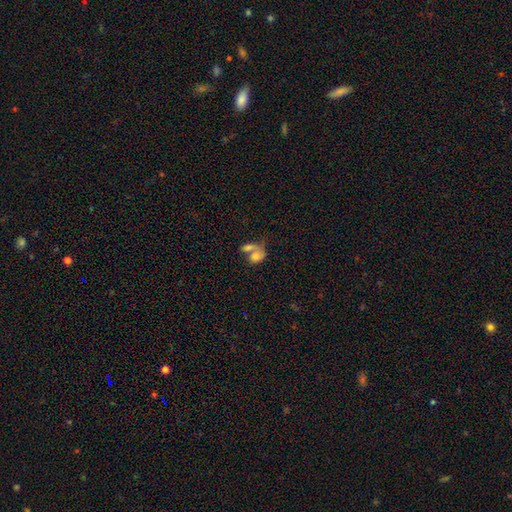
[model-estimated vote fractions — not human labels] A smooth galaxy with no disk features (68%) that is in between round and cigar-shaped (67%). Merging: merger (64%).